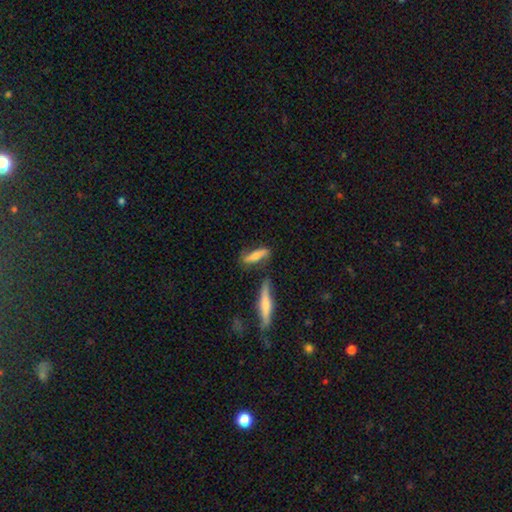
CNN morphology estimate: Q: Smooth or featured?
A: smooth (49%); runner-up: featured or disk (43%)
Q: Merging?
A: none (56%); runner-up: minor disturbance (21%)